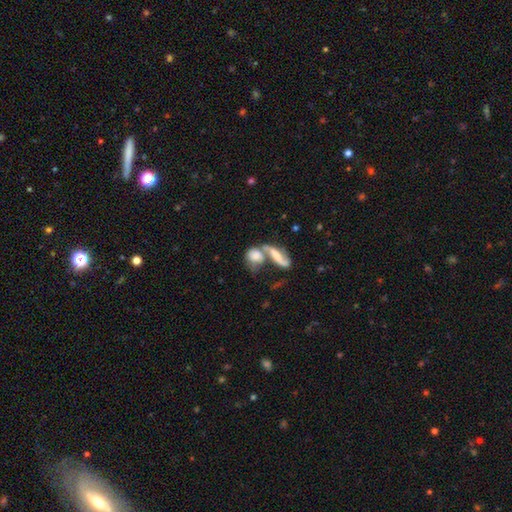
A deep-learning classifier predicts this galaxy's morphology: Overall: smooth (55%; featured or disk 36%). How rounded: in between (54%; round 33%). Merging: merger (63%).